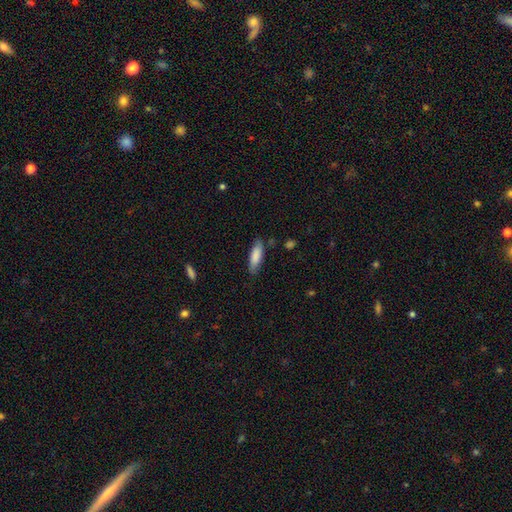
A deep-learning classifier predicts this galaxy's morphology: Smooth or featured?
  - smooth: 84% *
  - featured or disk: 10%
  - star or artifact: 6%
How rounded?
  - in between: 50% *
  - cigar-shaped: 49%
  - round: 2%
Merging?
  - none: 80% *
  - minor disturbance: 15%
  - major disturbance: 3%
  - merger: 2%